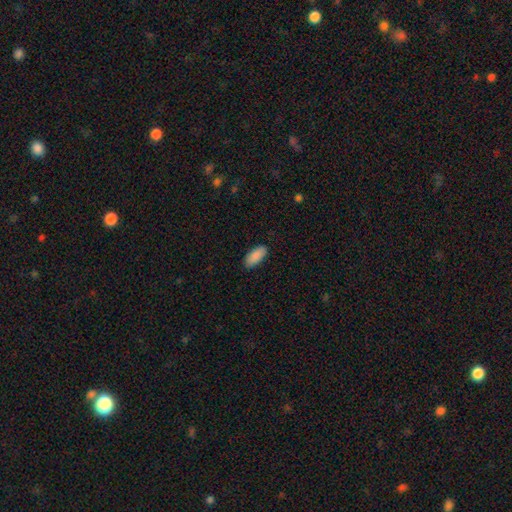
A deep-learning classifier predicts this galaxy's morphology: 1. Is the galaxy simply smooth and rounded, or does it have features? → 90% smooth, 6% star or artifact, 4% featured or disk.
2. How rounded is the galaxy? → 87% in between, 11% cigar-shaped, 2% round.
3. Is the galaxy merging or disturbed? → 88% none, 9% minor disturbance, 2% major disturbance, 1% merger.